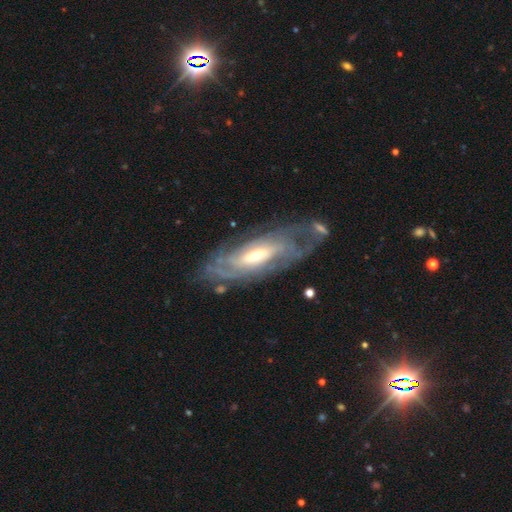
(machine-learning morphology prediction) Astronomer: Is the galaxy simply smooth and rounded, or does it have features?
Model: featured or disk — 83%.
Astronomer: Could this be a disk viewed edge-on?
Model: no — 86%.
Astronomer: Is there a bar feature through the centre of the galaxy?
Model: no — 40% (runner-up: weak, 39%).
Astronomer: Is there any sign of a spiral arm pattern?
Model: yes — 89%.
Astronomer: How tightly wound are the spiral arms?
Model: tight — 63%.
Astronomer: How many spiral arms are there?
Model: can't tell — 51%.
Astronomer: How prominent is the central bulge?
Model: moderate — 49% (runner-up: small, 38%).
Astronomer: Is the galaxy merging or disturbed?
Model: none — 65%.